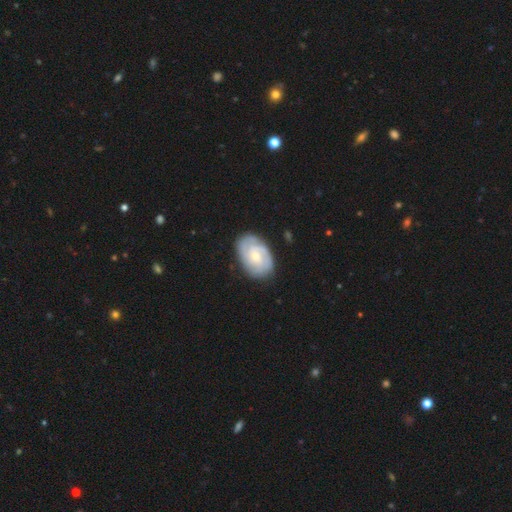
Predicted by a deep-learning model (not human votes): A featured or disk galaxy (80%) with no bar (65%), 2 (36%) tight (70%) spiral arms (96%) and a small central bulge (61%). Merging: none (81%).